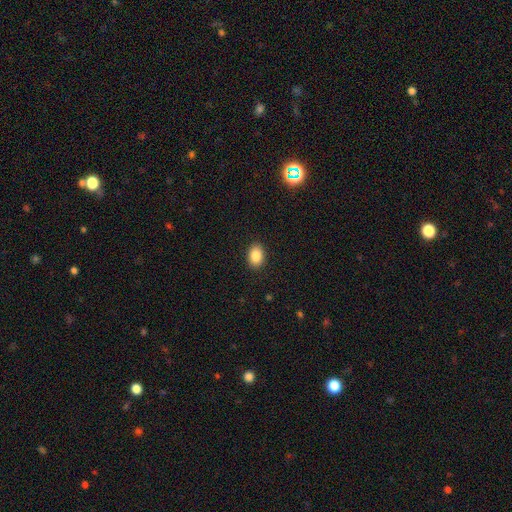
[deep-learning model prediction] Smooth or featured? smooth (86%)
How rounded? in between (79%)
Merging? none (90%)